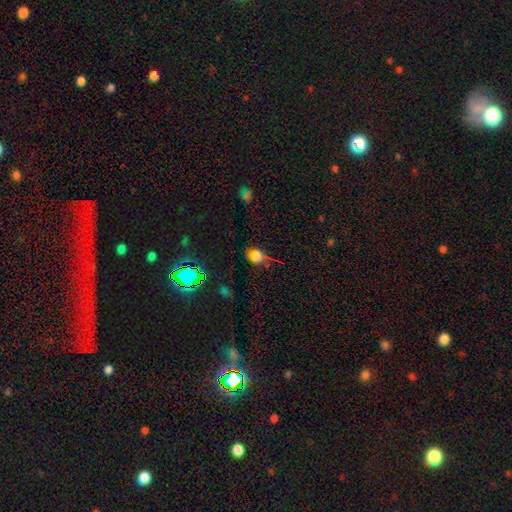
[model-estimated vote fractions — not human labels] Smooth or featured: smooth — 57% (star or artifact — 30%)
How rounded: in between — 52% (round — 45%)
Merging: none — 58% (minor disturbance — 22%)